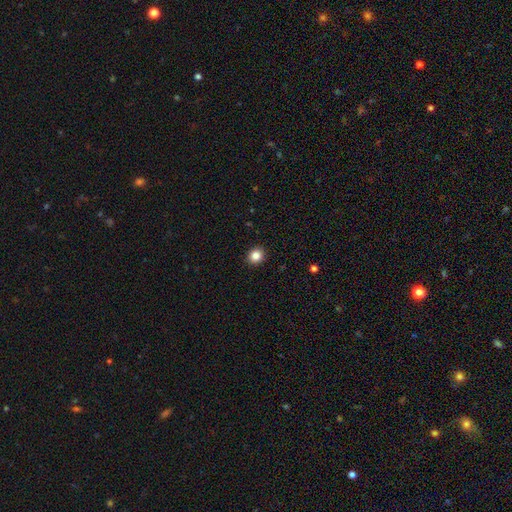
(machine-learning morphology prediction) smooth 84%, star or artifact 11%, featured or disk 5%. Down the decision tree: how rounded — round (78%); merging — none (92%).